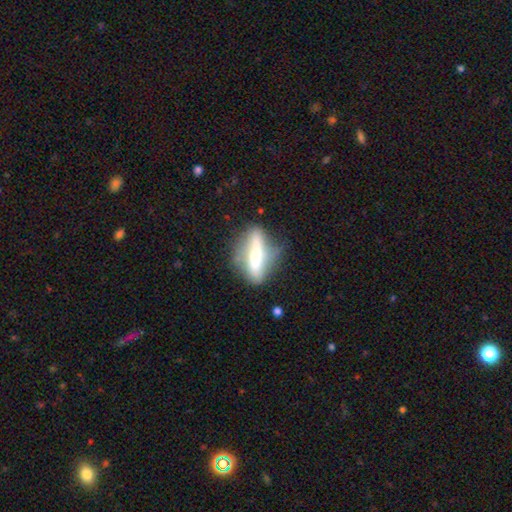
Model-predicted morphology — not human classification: featured or disk 57%, smooth 36%, star or artifact 7%. Down the decision tree: edge-on disk — yes (62%); merging — none (63%).